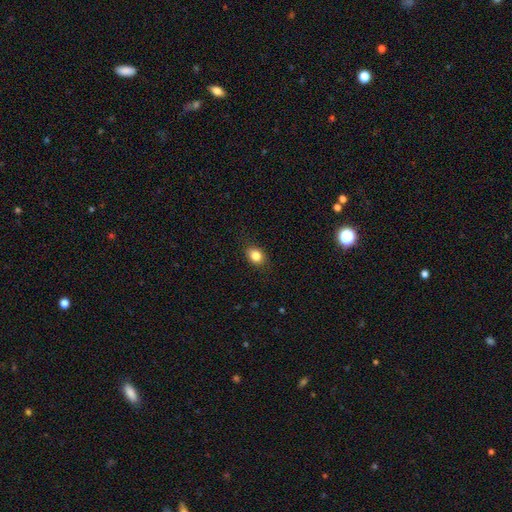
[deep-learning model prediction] This is clearly a smooth galaxy (84%). How rounded: likely in between (65%). Merging: clearly none (85%).